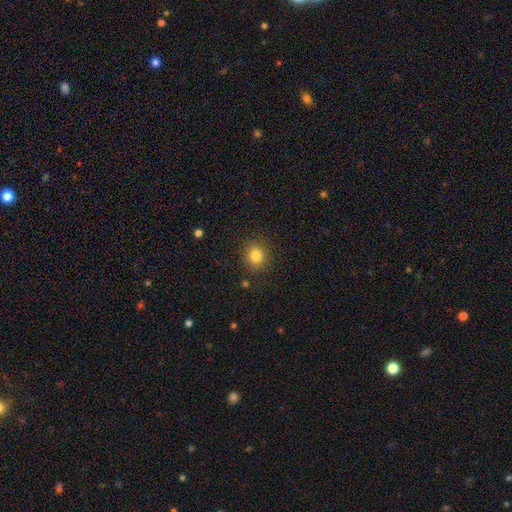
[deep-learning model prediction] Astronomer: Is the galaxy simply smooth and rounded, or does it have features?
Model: smooth — 82%.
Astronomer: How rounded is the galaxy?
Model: round — 79%.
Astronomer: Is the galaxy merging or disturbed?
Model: none — 88%.